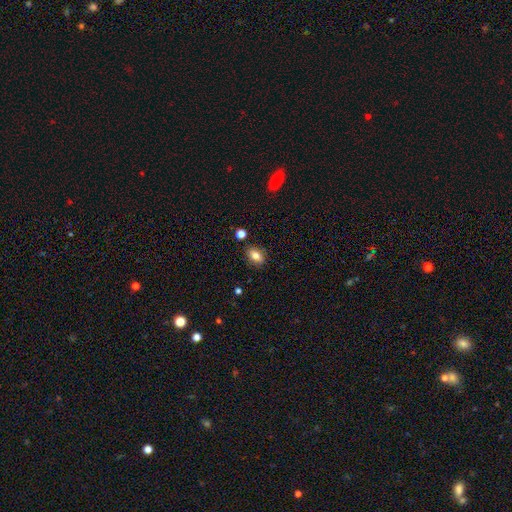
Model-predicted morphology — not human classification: A smooth galaxy with no disk features (81%) that is in between round and cigar-shaped (79%).

Vote fractions:
- Smooth or featured? smooth: 81% / star or artifact: 10% / featured or disk: 9%
- How rounded? in between: 79% / round: 19% / cigar-shaped: 2%
- Merging? none: 83% / minor disturbance: 11% / merger: 3% / major disturbance: 3%